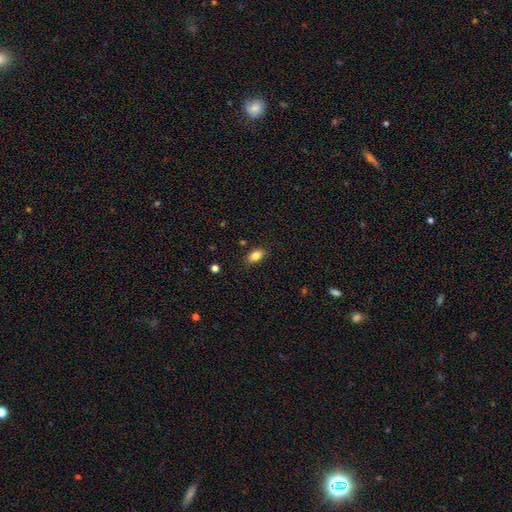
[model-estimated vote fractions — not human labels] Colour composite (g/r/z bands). It shows a smooth galaxy with no disk features (85%) that is in between round and cigar-shaped (89%). Merging: none (86%).